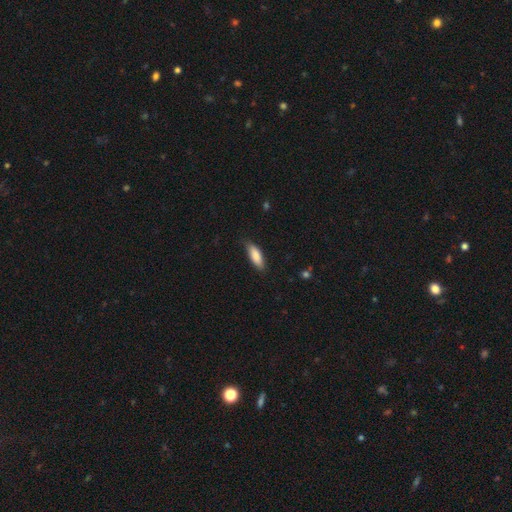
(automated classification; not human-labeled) This is clearly a smooth galaxy (85%). How rounded: likely in between (64%). Merging: likely none (78%).